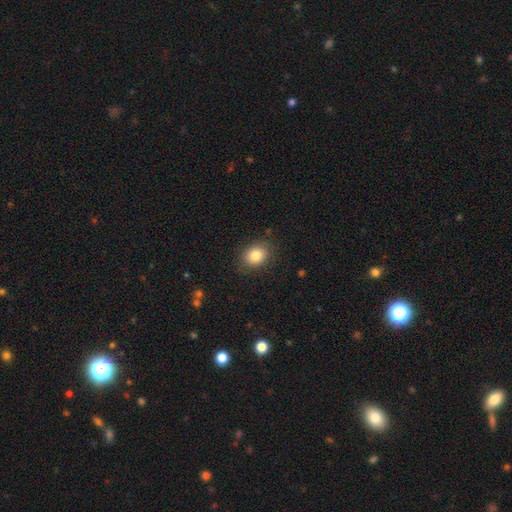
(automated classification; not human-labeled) Morphology: type=smooth (83%); roundness=in between (57%); merging=none (85%).